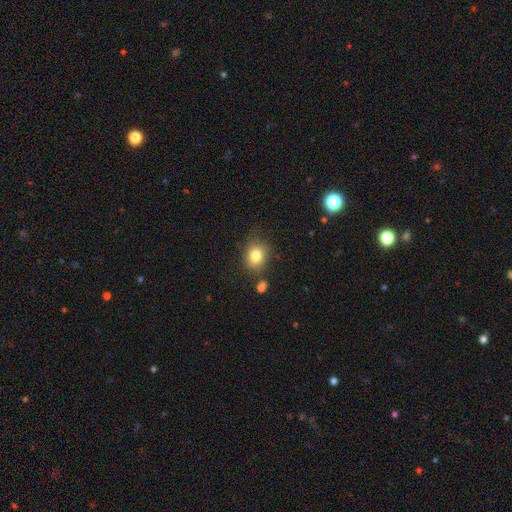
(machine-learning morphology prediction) type=smooth (81%); roundness=round (62%); merging=none (76%).